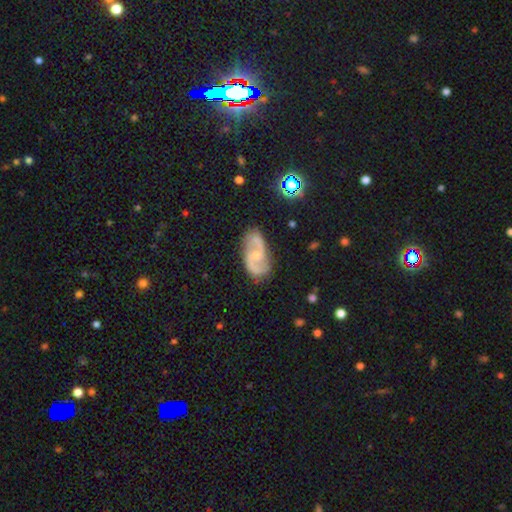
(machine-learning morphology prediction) Smooth or featured? featured or disk (85%)
Edge-on disk? no (97%)
Bar? no (46%)
Spiral arms? yes (96%)
Spiral winding? medium (53%)
Spiral arm count? 2 (92%)
Bulge size? small (55%)
Merging? none (77%)